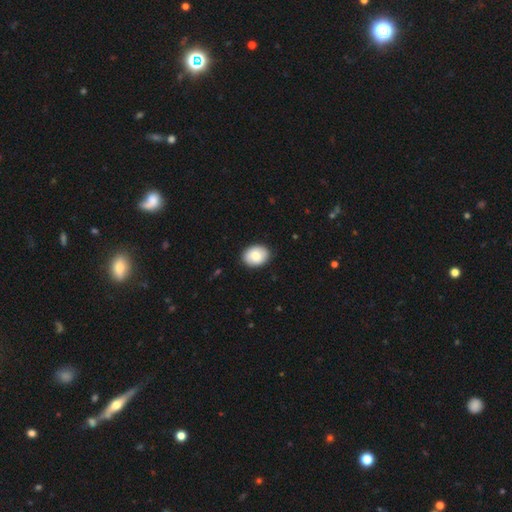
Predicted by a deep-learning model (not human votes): This appears to be a smooth galaxy with no disk features (81%) that is in between round and cigar-shaped (64%). Merging: none (89%).